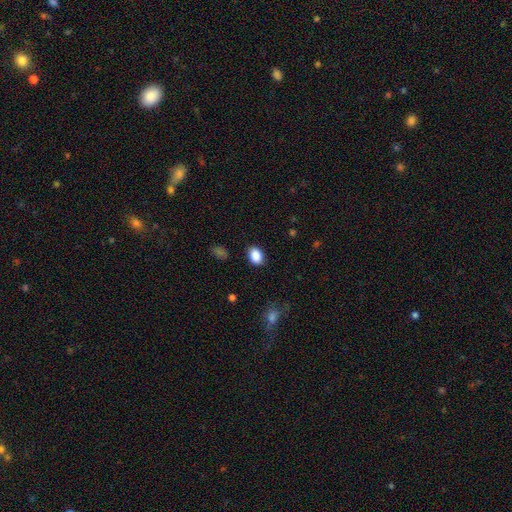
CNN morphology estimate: smooth_or_featured: smooth (p=0.89) [alt: star or artifact p=0.08]
how_rounded: in between (p=0.78) [alt: round p=0.20]
merging: none (p=0.86) [alt: minor disturbance p=0.10]